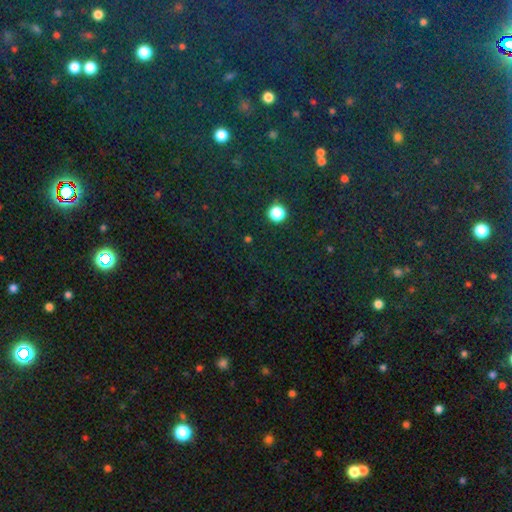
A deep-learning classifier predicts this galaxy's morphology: The model was most divided on "smooth or featured": star or artifact: 76%, smooth: 16%, featured or disk: 8%.